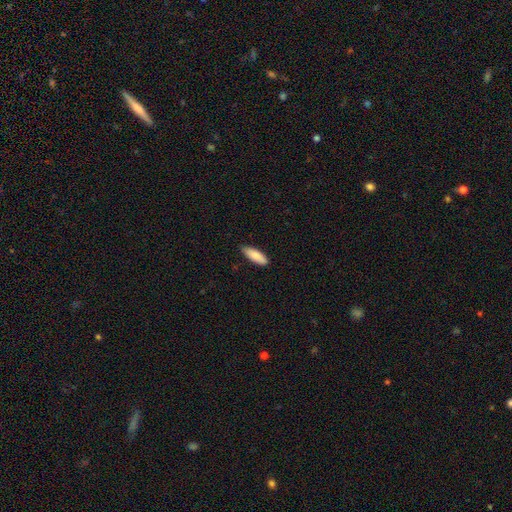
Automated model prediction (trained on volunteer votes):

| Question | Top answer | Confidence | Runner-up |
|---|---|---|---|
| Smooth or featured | smooth | 86% | featured or disk (8%) |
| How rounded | in between | 62% | cigar-shaped (37%) |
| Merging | none | 85% | minor disturbance (12%) |